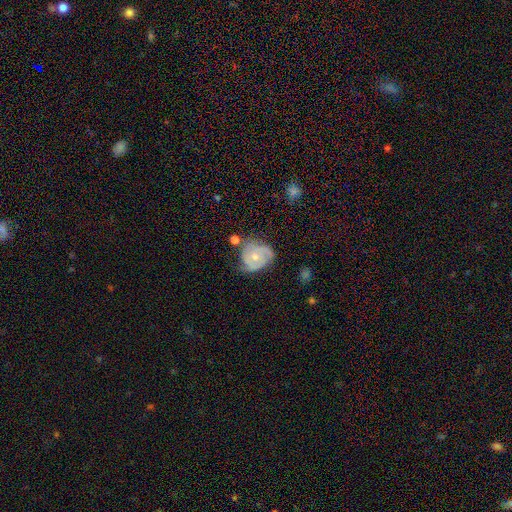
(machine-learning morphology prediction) type=featured or disk (65%); edge-on=no (97%); bar=no (81%); spiral arms=yes (82%); winding=tight (55%); arm count=2 (37%); bulge=small (50%); merging=none (45%).